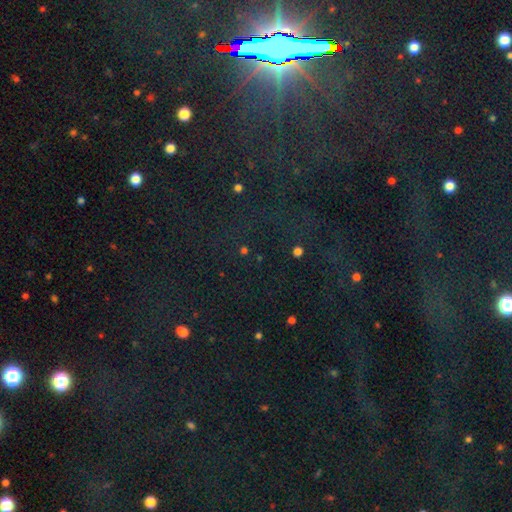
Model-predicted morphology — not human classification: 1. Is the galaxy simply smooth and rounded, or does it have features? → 85% star or artifact, 8% smooth, 8% featured or disk.